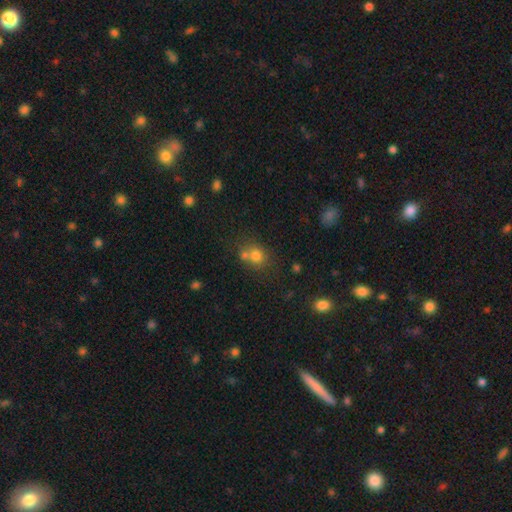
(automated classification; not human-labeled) smooth-or-featured: smooth: 75% | star or artifact: 14% | featured or disk: 11%
  how-rounded: round: 76% | in between: 23% | cigar-shaped: 1%
  merging: none: 50% | merger: 37% | minor disturbance: 10% | major disturbance: 4%